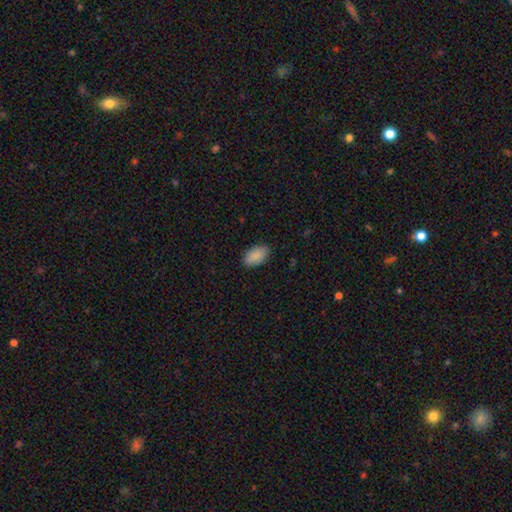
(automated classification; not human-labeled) smooth-or-featured: smooth: 89% | star or artifact: 7% | featured or disk: 4%
  how-rounded: in between: 94% | round: 4% | cigar-shaped: 2%
  merging: none: 87% | minor disturbance: 9% | major disturbance: 2% | merger: 1%